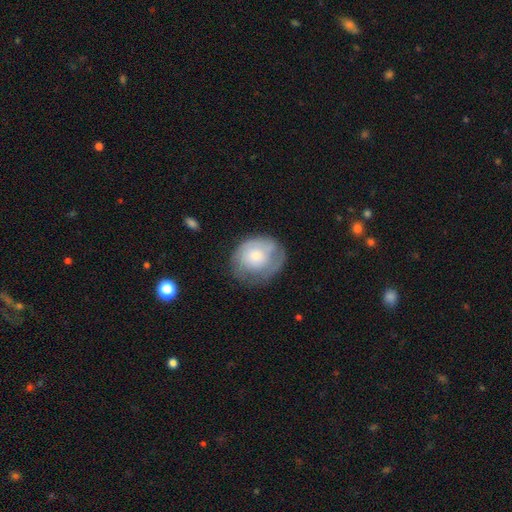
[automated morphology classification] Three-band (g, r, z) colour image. It shows a smooth galaxy with no disk features (53%) that is round (65%). Merging: none (54%).